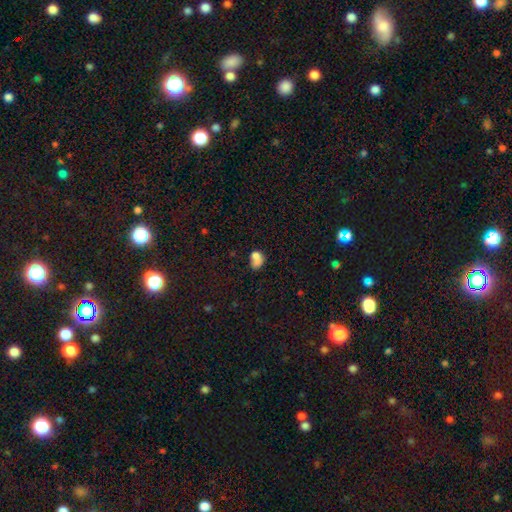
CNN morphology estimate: This appears to be a smooth galaxy with no disk features (69%) that is in between round and cigar-shaped (59%). Merging: merger (39%).